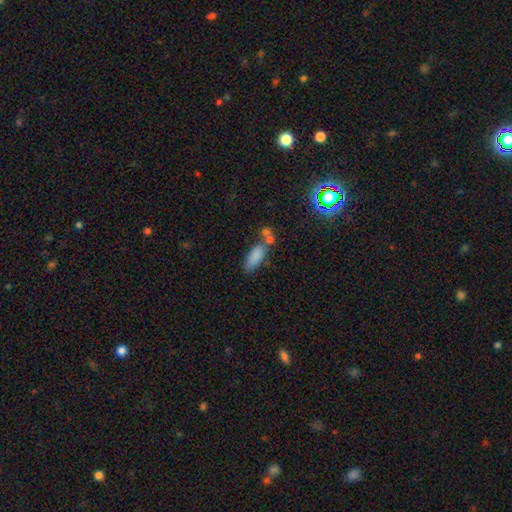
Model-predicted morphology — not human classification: A smooth galaxy with no disk features (81%) that is in between round and cigar-shaped (72%).

Vote fractions:
- Smooth or featured? smooth: 81% / star or artifact: 10% / featured or disk: 9%
- How rounded? in between: 72% / cigar-shaped: 25% / round: 3%
- Merging? none: 50% / merger: 26% / minor disturbance: 17% / major disturbance: 6%